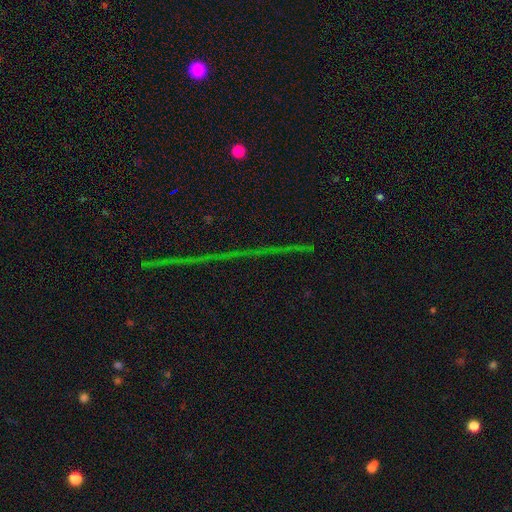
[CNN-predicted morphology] star or artifact 80%, featured or disk 12%, smooth 9%.